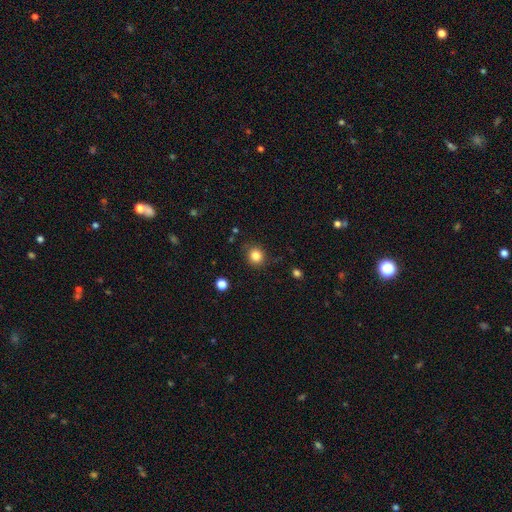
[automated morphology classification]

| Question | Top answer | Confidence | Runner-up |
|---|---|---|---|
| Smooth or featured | smooth | 84% | star or artifact (12%) |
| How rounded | round | 88% | in between (11%) |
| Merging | none | 85% | minor disturbance (10%) |